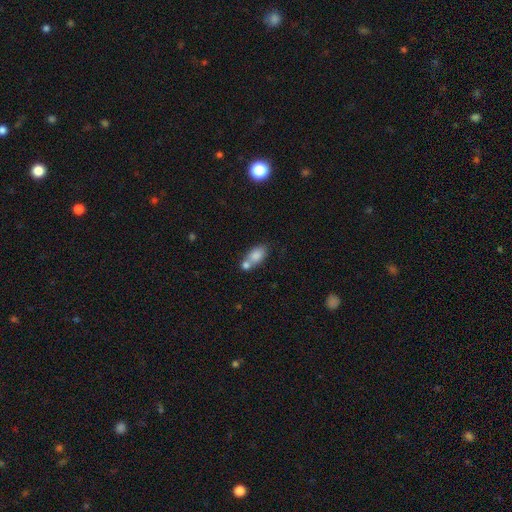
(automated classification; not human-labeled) smooth 79%, featured or disk 13%, star or artifact 9%. Down the decision tree: how rounded — in between (83%); merging — merger (46%).